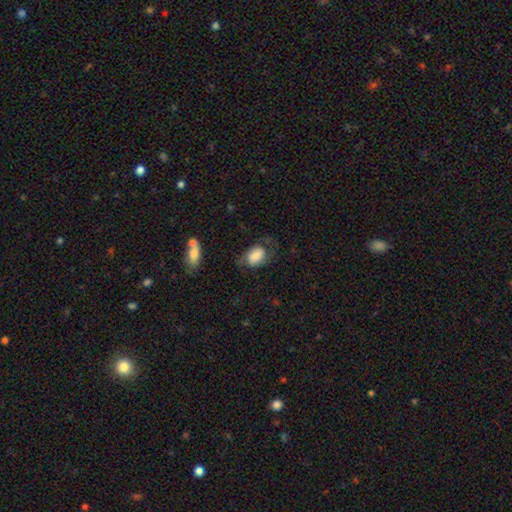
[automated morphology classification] A smooth galaxy with no disk features (69%) that is in between round and cigar-shaped (83%).

Vote fractions:
- Smooth or featured? smooth: 69% / featured or disk: 23% / star or artifact: 7%
- How rounded? in between: 83% / round: 16% / cigar-shaped: 1%
- Merging? none: 43% / major disturbance: 27% / minor disturbance: 26% / merger: 4%